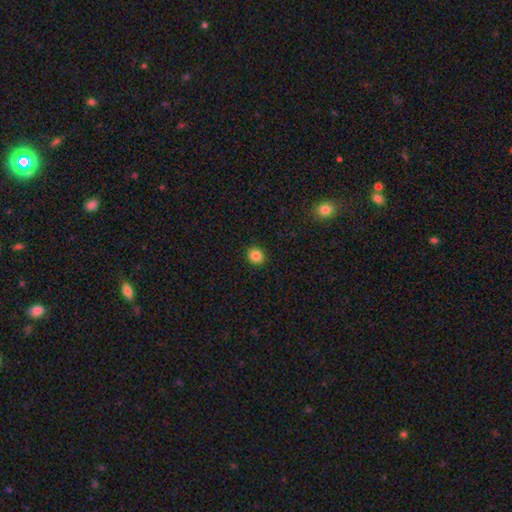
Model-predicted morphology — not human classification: Q: Smooth or featured?
A: smooth (84%); runner-up: star or artifact (11%)
Q: How rounded?
A: round (83%); runner-up: in between (16%)
Q: Merging?
A: none (92%); runner-up: minor disturbance (5%)